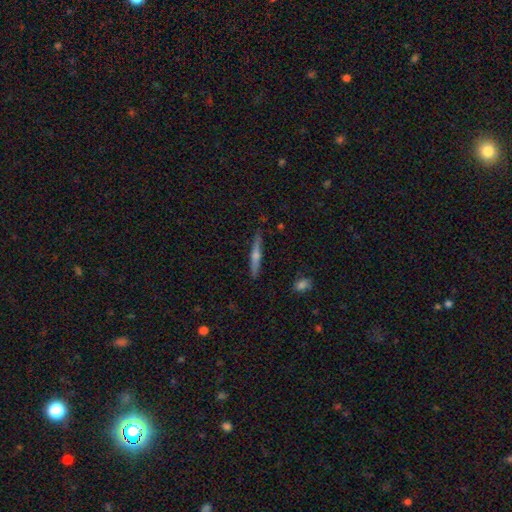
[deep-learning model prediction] Smooth or featured? Predicted: featured or disk (p=0.62). Edge-on disk? Predicted: yes (p=0.97). Edge-on bulge? Predicted: rounded (p=0.85). Merging? Predicted: none (p=0.88).